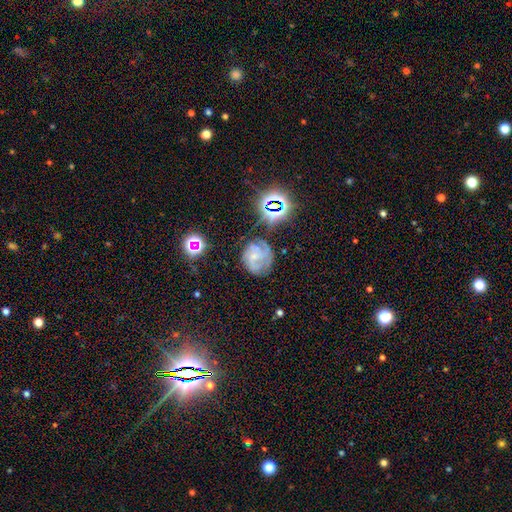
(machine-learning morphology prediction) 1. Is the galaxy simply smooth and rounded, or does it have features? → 74% featured or disk, 14% star or artifact, 12% smooth.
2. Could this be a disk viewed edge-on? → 98% no, 2% yes.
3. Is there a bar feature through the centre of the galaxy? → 63% no, 30% weak, 7% strong.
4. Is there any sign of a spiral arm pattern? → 95% yes, 5% no.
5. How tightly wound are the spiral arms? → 52% tight, 40% medium, 8% loose.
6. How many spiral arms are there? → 42% 3, 19% 2, 18% can't tell, 11% 4, 5% 1, 5% more than 4.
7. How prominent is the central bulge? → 69% small, 18% moderate, 10% none, 1% large, 1% dominant.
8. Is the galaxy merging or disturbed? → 62% none, 22% minor disturbance, 12% major disturbance, 4% merger.